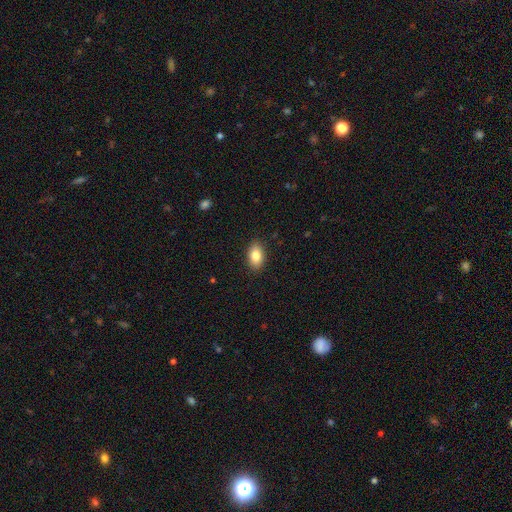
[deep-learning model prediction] Smooth or featured? Predicted: smooth (p=0.84). How rounded? Predicted: in between (p=0.89). Merging? Predicted: none (p=0.88).